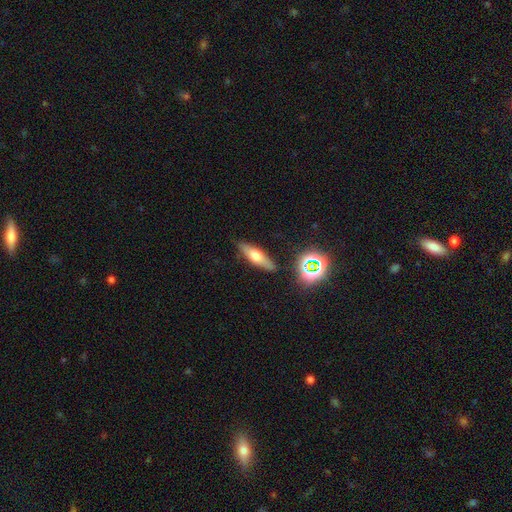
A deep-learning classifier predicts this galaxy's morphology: Smooth or featured? Predicted: smooth (p=0.50). How rounded? Predicted: cigar-shaped (p=0.55). Merging? Predicted: none (p=0.84).